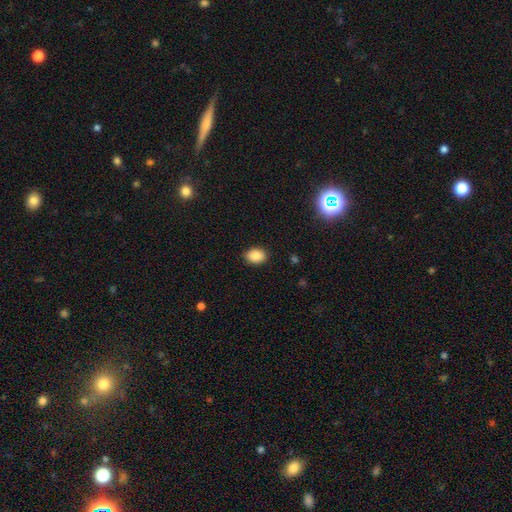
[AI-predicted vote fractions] Q: Smooth or featured?
A: smooth (88%); runner-up: star or artifact (9%)
Q: How rounded?
A: in between (76%); runner-up: round (23%)
Q: Merging?
A: none (88%); runner-up: minor disturbance (9%)